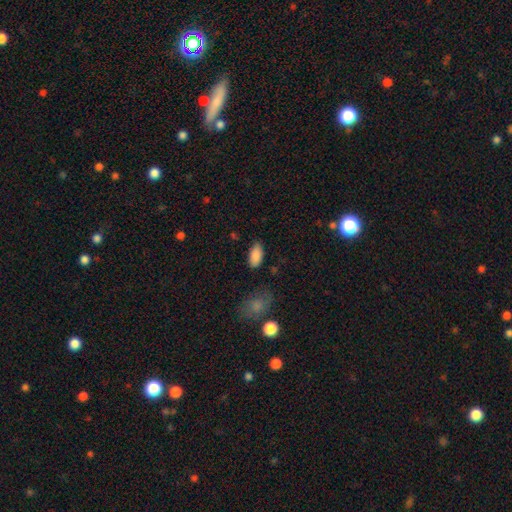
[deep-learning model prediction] This is clearly a smooth galaxy (88%). How rounded: clearly in between (94%). Merging: clearly none (80%).